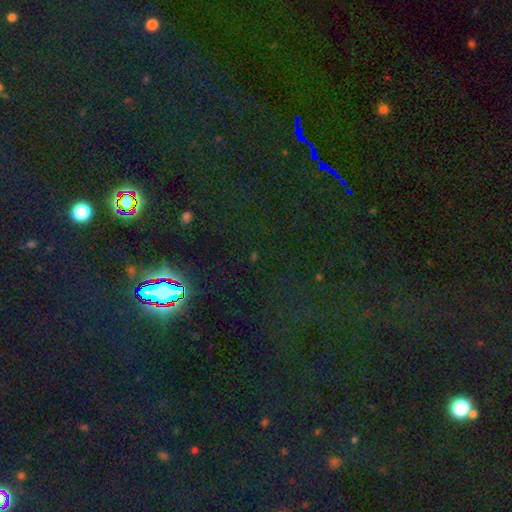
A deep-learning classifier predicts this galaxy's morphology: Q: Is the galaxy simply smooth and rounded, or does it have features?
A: star or artifact — 83%.